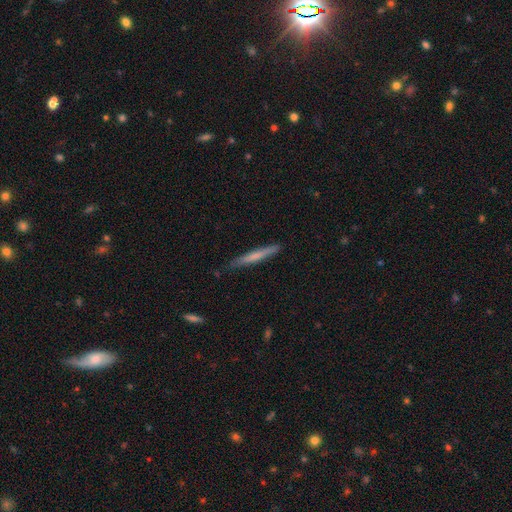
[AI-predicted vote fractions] Morphology: type=smooth (60%); roundness=cigar-shaped (96%); merging=none (86%).